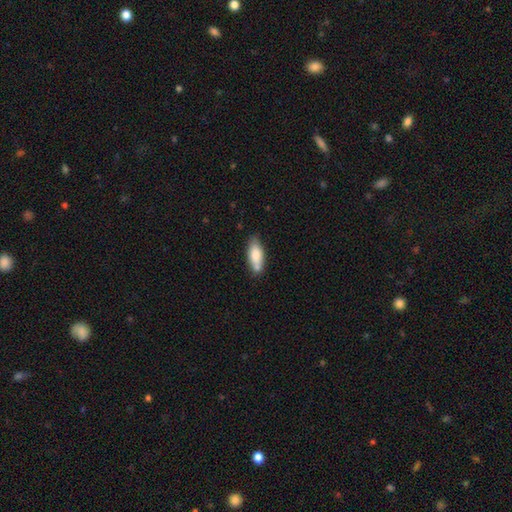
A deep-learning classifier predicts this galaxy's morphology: Smooth or featured?
  - smooth: 80% *
  - featured or disk: 14%
  - star or artifact: 6%
How rounded?
  - in between: 71% *
  - cigar-shaped: 27%
  - round: 2%
Merging?
  - none: 65% *
  - minor disturbance: 20%
  - merger: 11%
  - major disturbance: 4%